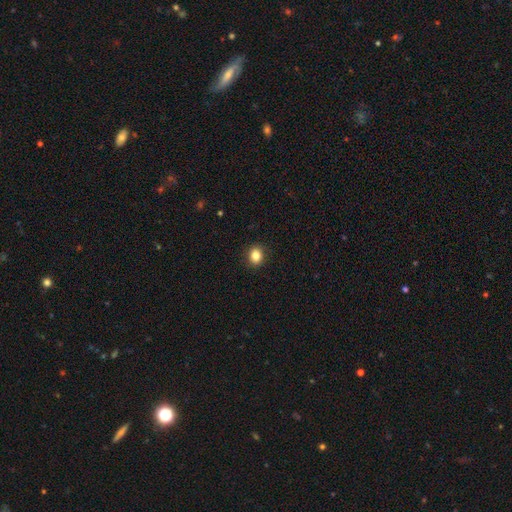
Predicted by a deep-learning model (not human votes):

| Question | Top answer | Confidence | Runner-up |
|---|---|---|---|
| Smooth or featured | smooth | 85% | star or artifact (10%) |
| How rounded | round | 60% | in between (39%) |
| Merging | none | 90% | minor disturbance (7%) |